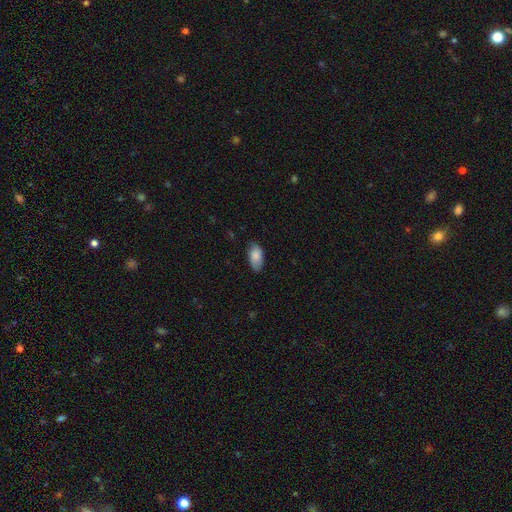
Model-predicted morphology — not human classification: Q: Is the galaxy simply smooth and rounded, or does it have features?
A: smooth — 81%.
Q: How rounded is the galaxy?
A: in between — 93%.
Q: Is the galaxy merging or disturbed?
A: none — 74%.